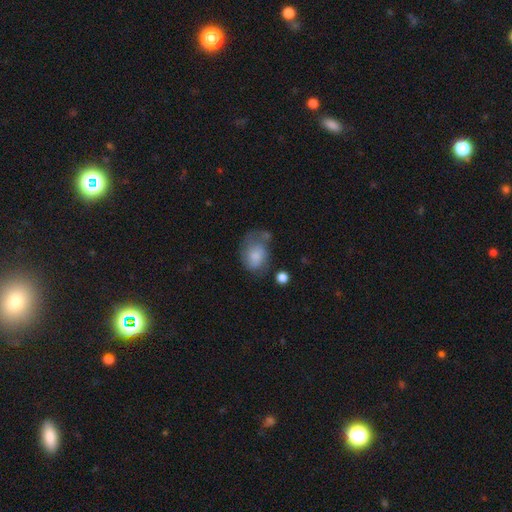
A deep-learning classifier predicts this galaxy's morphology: This is likely a smooth galaxy (70%). How rounded: likely in between (70%). Merging: marginally none (33%).